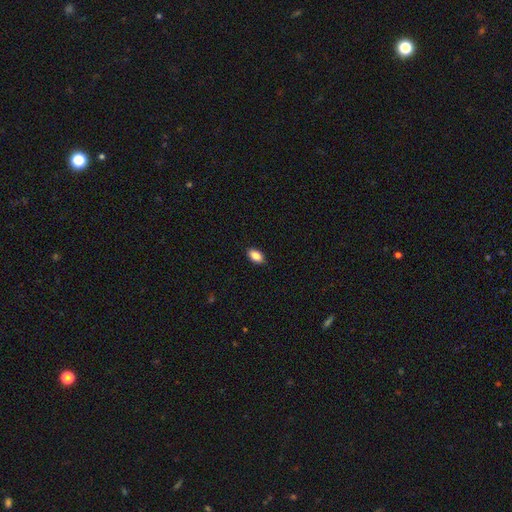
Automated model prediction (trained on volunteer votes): Smooth or featured?
  - smooth: 87% *
  - star or artifact: 8%
  - featured or disk: 5%
How rounded?
  - in between: 92% *
  - round: 6%
  - cigar-shaped: 2%
Merging?
  - none: 89% *
  - minor disturbance: 9%
  - major disturbance: 2%
  - merger: 1%